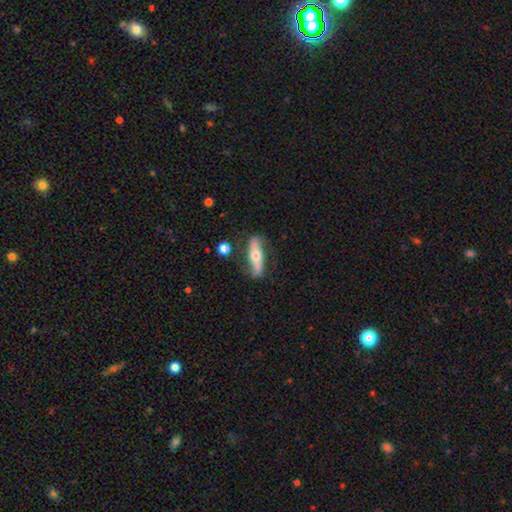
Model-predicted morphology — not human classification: This appears to be a featured or disk galaxy (54%) viewed edge-on (64%). Merging: none (77%).